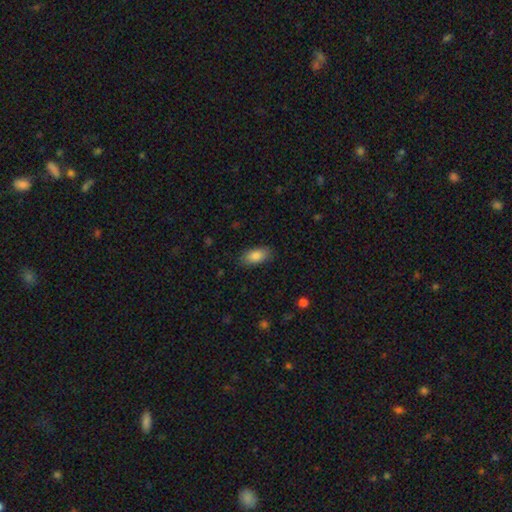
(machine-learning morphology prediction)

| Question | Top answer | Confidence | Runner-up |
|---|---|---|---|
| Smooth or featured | smooth | 87% | star or artifact (7%) |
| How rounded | in between | 90% | cigar-shaped (7%) |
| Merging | none | 84% | minor disturbance (12%) |